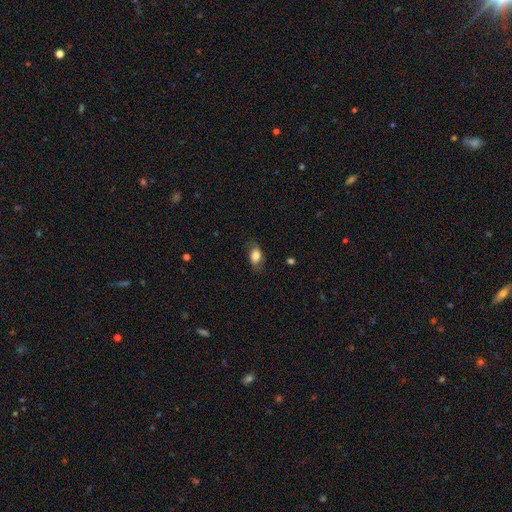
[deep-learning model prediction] smooth_or_featured: smooth (p=0.80) [alt: featured or disk p=0.12]
how_rounded: in between (p=0.88) [alt: round p=0.09]
merging: none (p=0.74) [alt: minor disturbance p=0.19]